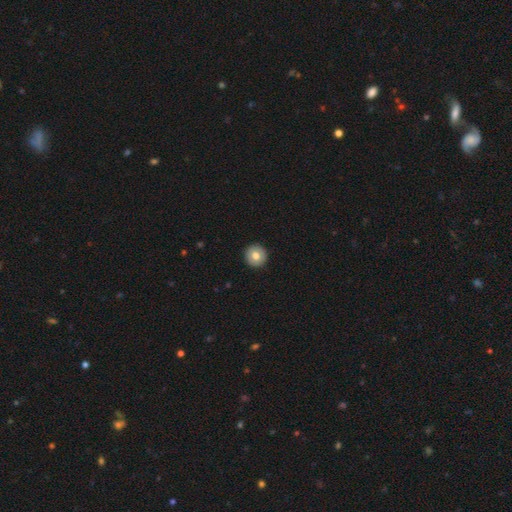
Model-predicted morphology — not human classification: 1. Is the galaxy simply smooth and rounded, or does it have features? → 77% smooth, 15% featured or disk, 8% star or artifact.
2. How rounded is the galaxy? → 96% round, 3% in between, 1% cigar-shaped.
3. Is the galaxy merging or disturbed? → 93% none, 4% minor disturbance, 1% major disturbance, 1% merger.